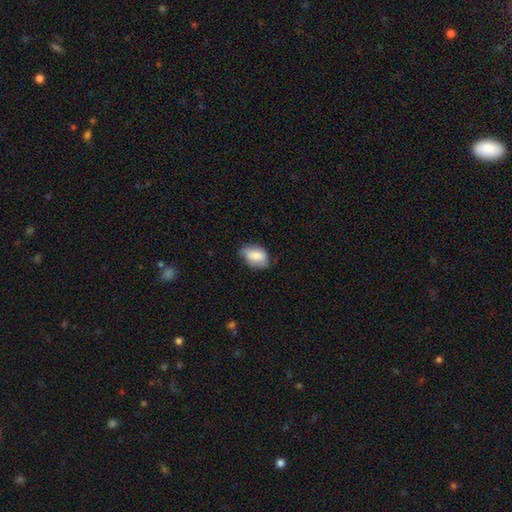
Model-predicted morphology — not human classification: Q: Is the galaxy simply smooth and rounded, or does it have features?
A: smooth — 78%.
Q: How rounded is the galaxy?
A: in between — 85%.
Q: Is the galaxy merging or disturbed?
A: none — 60%.